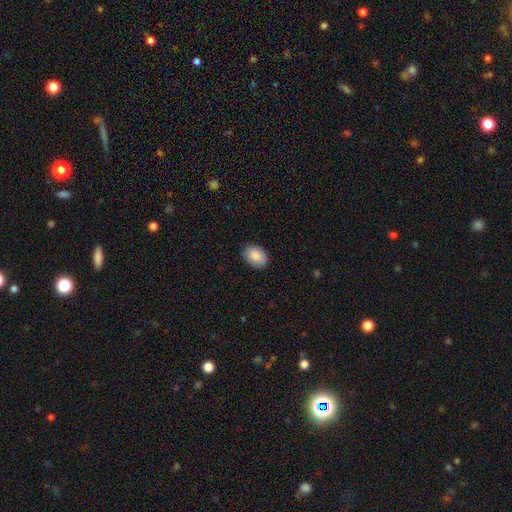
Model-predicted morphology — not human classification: Smooth or featured? smooth (87%)
How rounded? in between (83%)
Merging? none (89%)